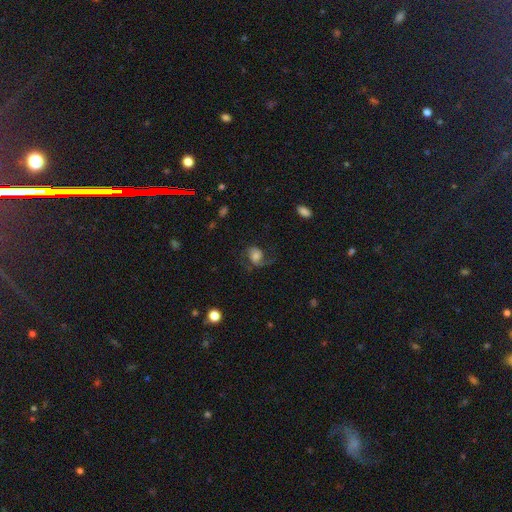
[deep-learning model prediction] Morphology: type=featured or disk (56%); edge-on=no (97%); bar=no (64%); spiral arms=yes (90%); bulge=moderate (30%); merging=none (53%).